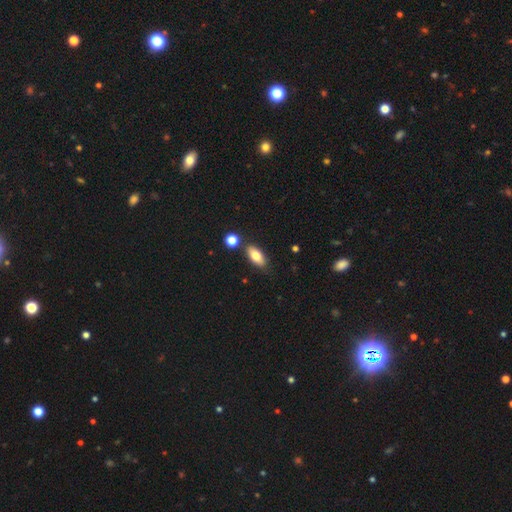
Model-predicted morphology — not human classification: This appears to be a smooth galaxy with no disk features (79%) that is in between round and cigar-shaped (86%). Merging: none (80%).